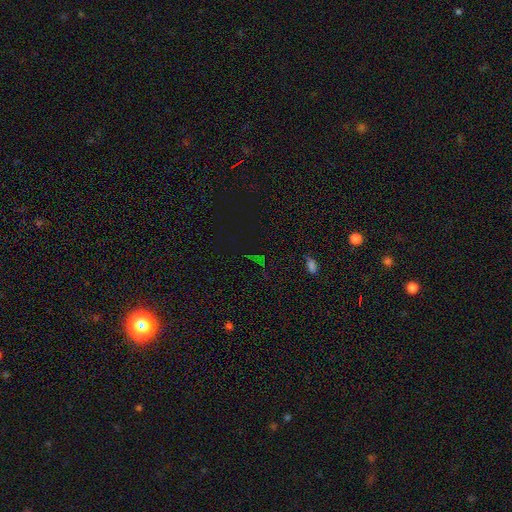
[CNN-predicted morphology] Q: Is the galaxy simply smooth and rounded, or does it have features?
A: star or artifact — 70%.